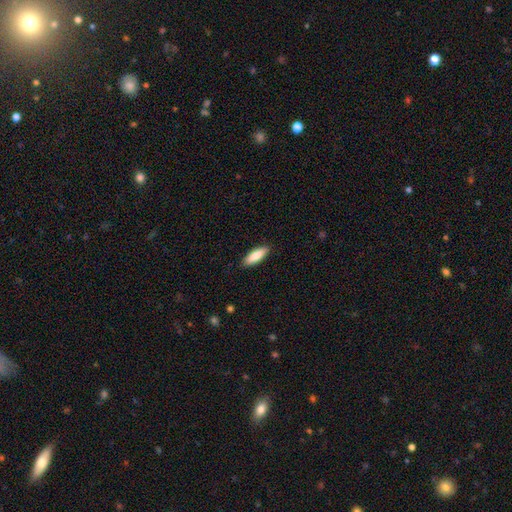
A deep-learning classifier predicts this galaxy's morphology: This is clearly a smooth galaxy (85%). How rounded: likely in between (63%). Merging: clearly none (89%).